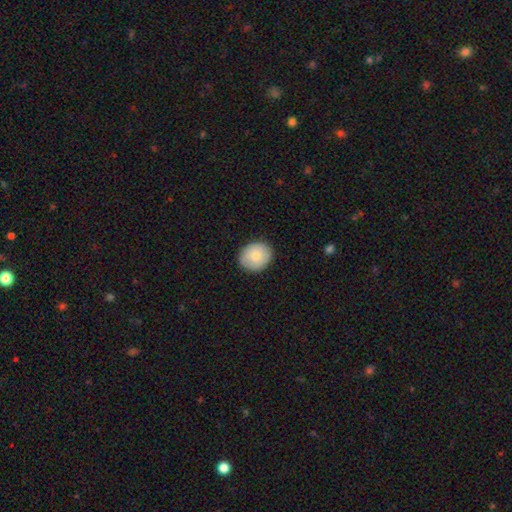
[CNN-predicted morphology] Smooth or featured? smooth (81%)
How rounded? round (64%)
Merging? none (87%)